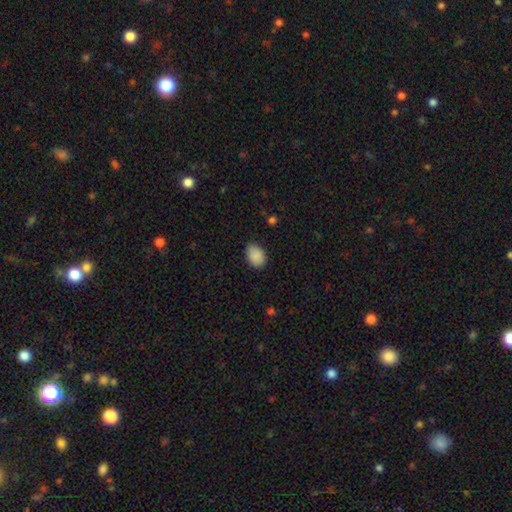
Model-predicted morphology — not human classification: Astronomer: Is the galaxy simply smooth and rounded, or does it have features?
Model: smooth — 89%.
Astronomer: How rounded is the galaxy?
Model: in between — 78%.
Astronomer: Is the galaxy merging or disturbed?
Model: none — 79%.